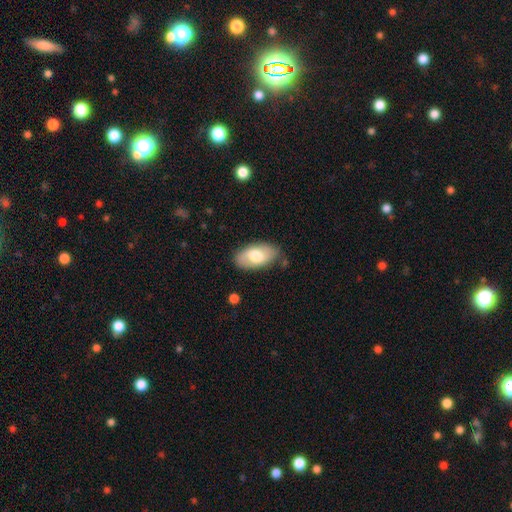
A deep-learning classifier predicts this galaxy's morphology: Smooth or featured: smooth — 66% (featured or disk — 28%)
How rounded: in between — 95% (round — 3%)
Merging: none — 80% (minor disturbance — 15%)